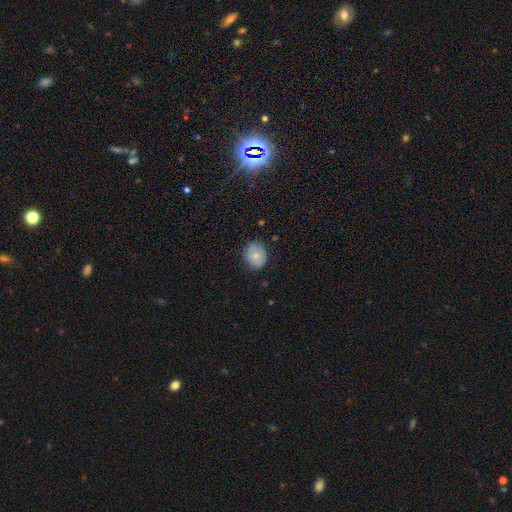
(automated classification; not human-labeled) A smooth galaxy with no disk features (78%) that is round (61%).

Vote fractions:
- Smooth or featured? smooth: 78% / featured or disk: 14% / star or artifact: 8%
- How rounded? round: 61% / in between: 38% / cigar-shaped: 1%
- Merging? none: 77% / minor disturbance: 18% / major disturbance: 4% / merger: 1%